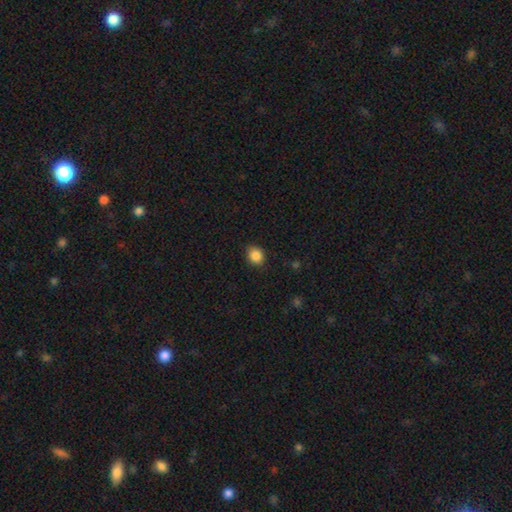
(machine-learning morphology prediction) Q: Smooth or featured?
A: smooth (87%); runner-up: star or artifact (9%)
Q: How rounded?
A: round (58%); runner-up: in between (41%)
Q: Merging?
A: none (87%); runner-up: minor disturbance (10%)